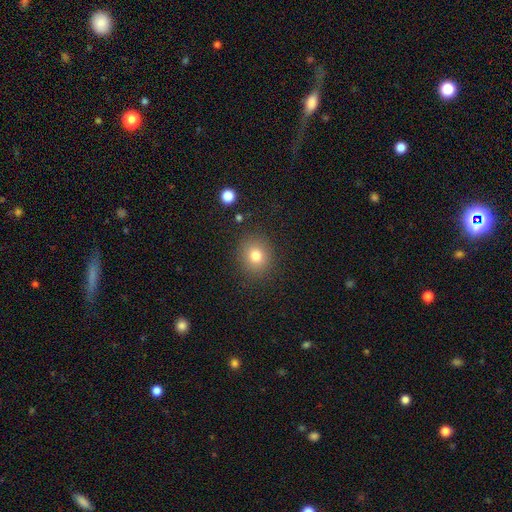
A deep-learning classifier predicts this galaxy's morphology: Smooth or featured? Predicted: smooth (p=0.78). How rounded? Predicted: round (p=0.78). Merging? Predicted: none (p=0.87).